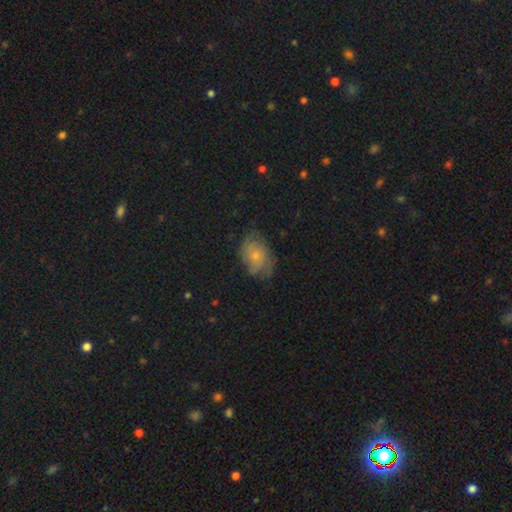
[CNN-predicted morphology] Smooth or featured?
  - smooth: 49% *
  - featured or disk: 42%
  - star or artifact: 9%
Merging?
  - none: 59% *
  - minor disturbance: 28%
  - major disturbance: 12%
  - merger: 1%